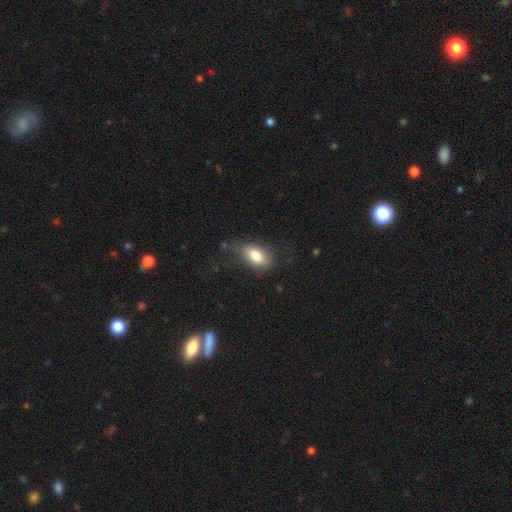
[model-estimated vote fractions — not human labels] A smooth galaxy with no disk features (80%) that is in between round and cigar-shaped (89%). Merging: none (64%).